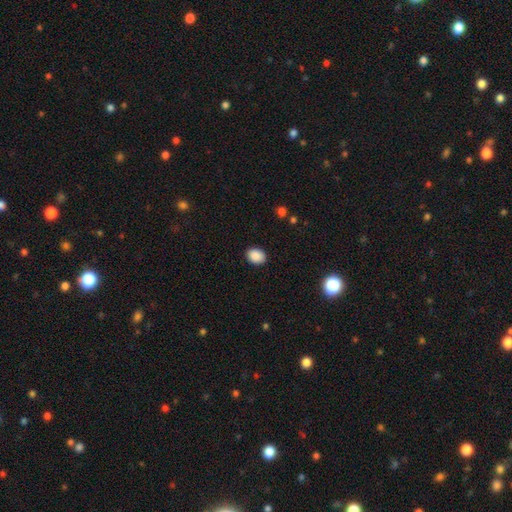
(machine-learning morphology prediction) Smooth or featured?
  - smooth: 89% *
  - star or artifact: 8%
  - featured or disk: 3%
How rounded?
  - in between: 64% *
  - round: 35%
  - cigar-shaped: 1%
Merging?
  - none: 90% *
  - minor disturbance: 7%
  - major disturbance: 2%
  - merger: 1%